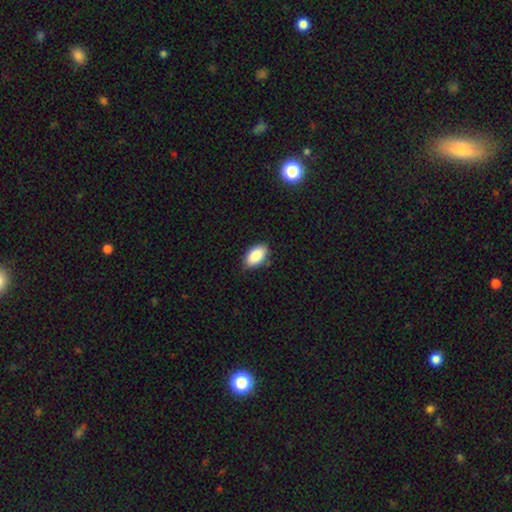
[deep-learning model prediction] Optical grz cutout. It shows a smooth galaxy with no disk features (88%) that is in between round and cigar-shaped (94%). Merging: none (85%).